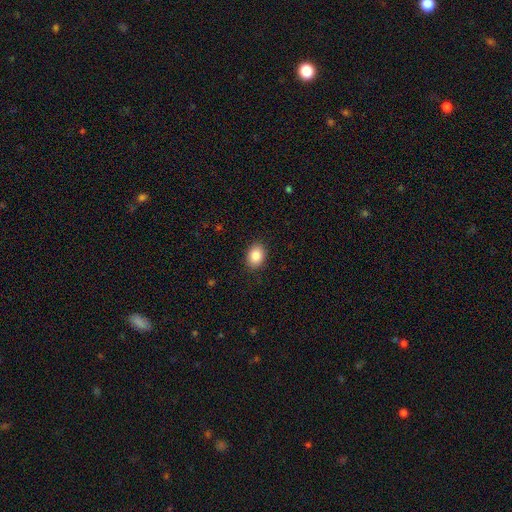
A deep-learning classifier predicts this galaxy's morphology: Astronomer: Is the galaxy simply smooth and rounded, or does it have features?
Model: smooth — 87%.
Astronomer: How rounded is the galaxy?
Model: in between — 65%.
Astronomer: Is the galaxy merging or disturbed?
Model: none — 89%.